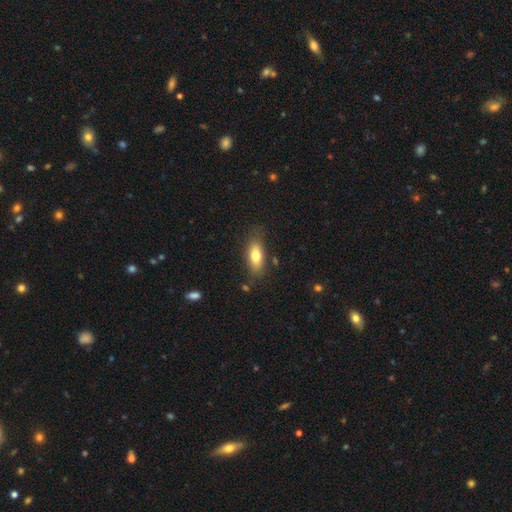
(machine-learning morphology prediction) This is likely a smooth galaxy (76%). How rounded: likely in between (79%). Merging: likely none (77%).